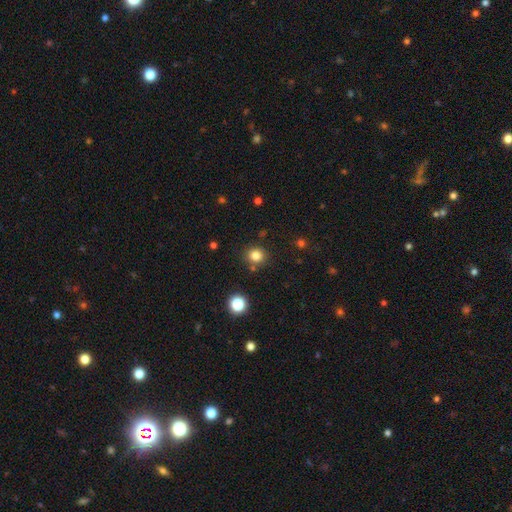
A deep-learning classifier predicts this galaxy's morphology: A smooth galaxy with no disk features (81%) that is round (85%).

Vote fractions:
- Smooth or featured? smooth: 81% / star or artifact: 14% / featured or disk: 5%
- How rounded? round: 85% / in between: 14% / cigar-shaped: 1%
- Merging? none: 83% / minor disturbance: 9% / merger: 5% / major disturbance: 3%